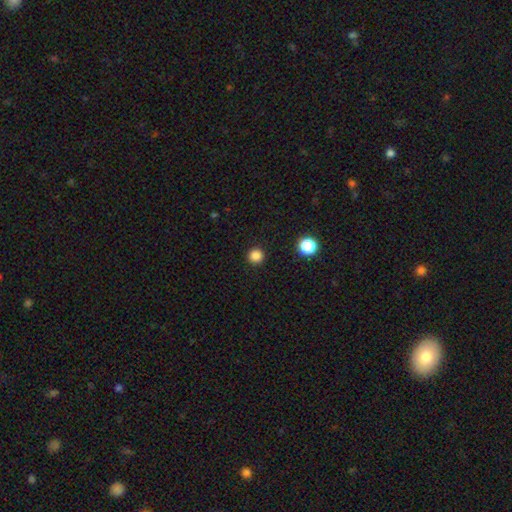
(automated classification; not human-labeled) A smooth galaxy with no disk features (84%) that is round (96%).

Vote fractions:
- Smooth or featured? smooth: 84% / star or artifact: 13% / featured or disk: 3%
- How rounded? round: 96% / in between: 3% / cigar-shaped: 1%
- Merging? none: 93% / minor disturbance: 4% / major disturbance: 2% / merger: 1%